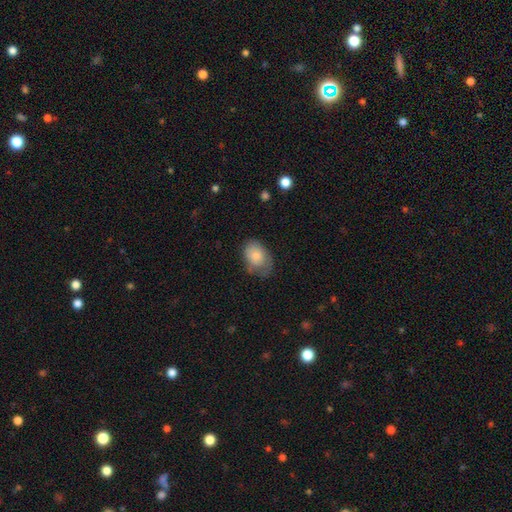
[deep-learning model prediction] This appears to be a smooth galaxy with no disk features (79%) that is in between round and cigar-shaped (79%). Merging: none (50%).